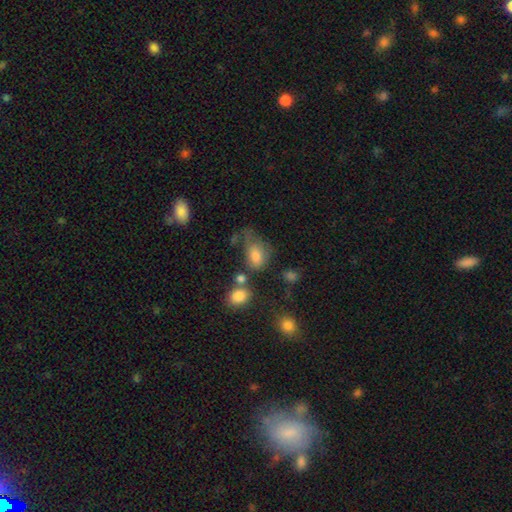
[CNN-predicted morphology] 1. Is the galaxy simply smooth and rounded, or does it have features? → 77% smooth, 12% featured or disk, 11% star or artifact.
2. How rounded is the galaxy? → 75% in between, 24% round, 1% cigar-shaped.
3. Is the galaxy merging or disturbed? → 36% none, 29% minor disturbance, 22% major disturbance, 14% merger.